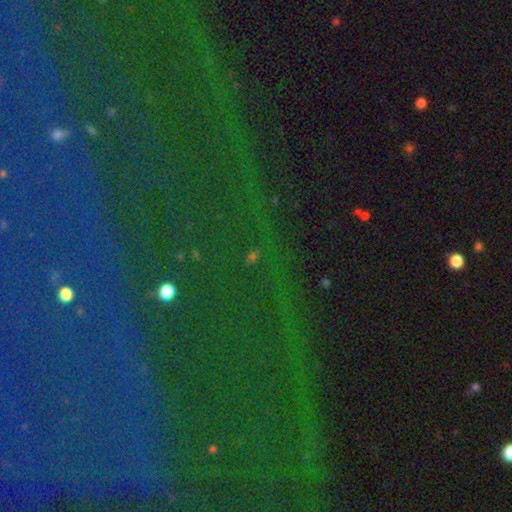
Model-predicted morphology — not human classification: Smooth or featured: star or artifact — 84% (featured or disk — 8%)